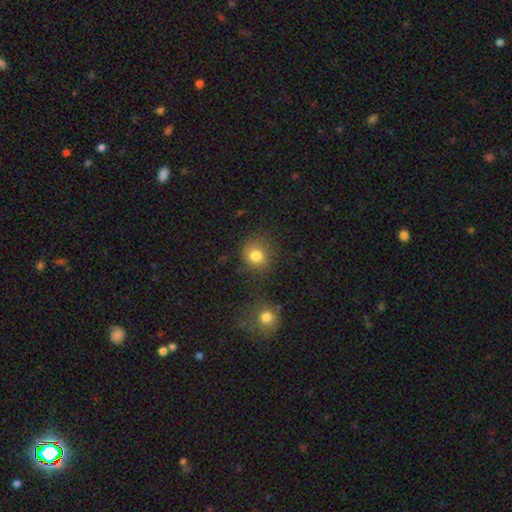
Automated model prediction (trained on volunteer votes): A smooth galaxy with no disk features (82%) that is round (83%). Merging: none (77%).